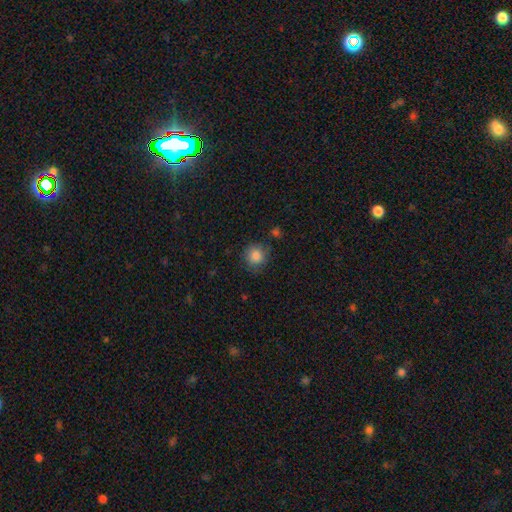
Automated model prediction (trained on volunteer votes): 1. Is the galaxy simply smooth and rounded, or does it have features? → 85% smooth, 9% star or artifact, 6% featured or disk.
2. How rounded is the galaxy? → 90% round, 9% in between, 1% cigar-shaped.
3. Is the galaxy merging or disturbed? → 75% none, 17% minor disturbance, 5% major disturbance, 3% merger.